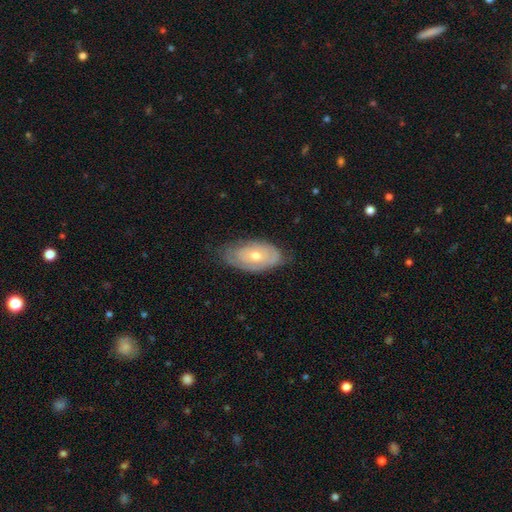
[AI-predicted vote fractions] This is likely a featured or disk galaxy (61%). It is clearly not viewed edge-on (91%). Bar: clearly no (83%). Spiral arm pattern: likely yes (62%). Central bulge: possibly moderate (58%). Merging: likely none (68%).